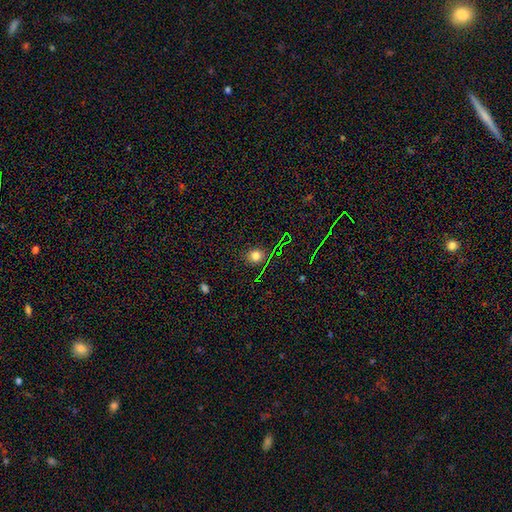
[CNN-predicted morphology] This is likely a smooth galaxy (72%). How rounded: clearly round (82%). Merging: clearly none (86%).